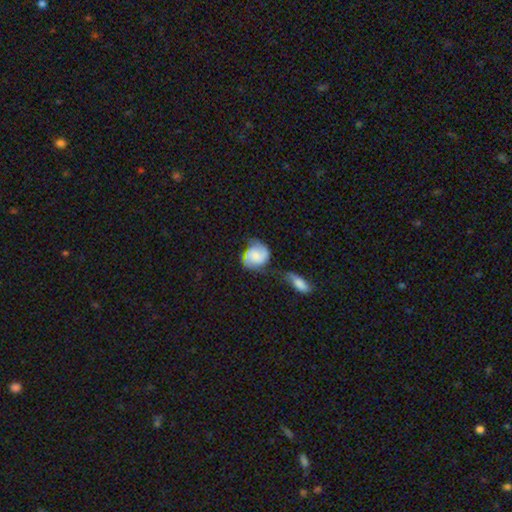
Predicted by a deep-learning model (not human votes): Q: Smooth or featured?
A: featured or disk (57%); runner-up: smooth (35%)
Q: Edge-on disk?
A: no (97%); runner-up: yes (3%)
Q: Bar?
A: no (63%); runner-up: weak (31%)
Q: Spiral arms?
A: yes (90%); runner-up: no (10%)
Q: Spiral winding?
A: medium (42%); runner-up: tight (38%)
Q: Spiral arm count?
A: 2 (79%); runner-up: can't tell (10%)
Q: Bulge size?
A: small (32%); runner-up: none (28%)
Q: Merging?
A: none (46%); runner-up: minor disturbance (23%)